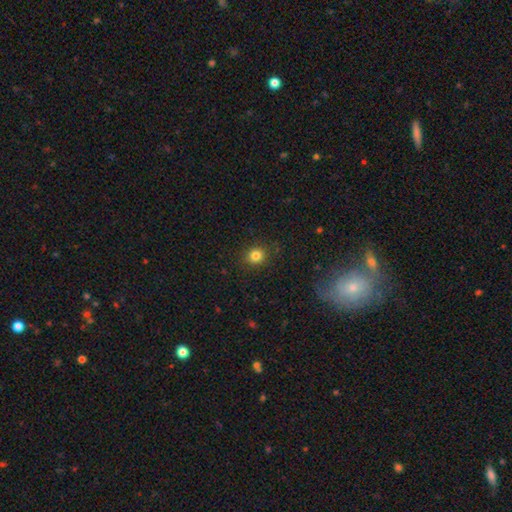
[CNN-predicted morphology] Smooth or featured? Predicted: smooth (p=0.82). How rounded? Predicted: round (p=0.83). Merging? Predicted: none (p=0.89).